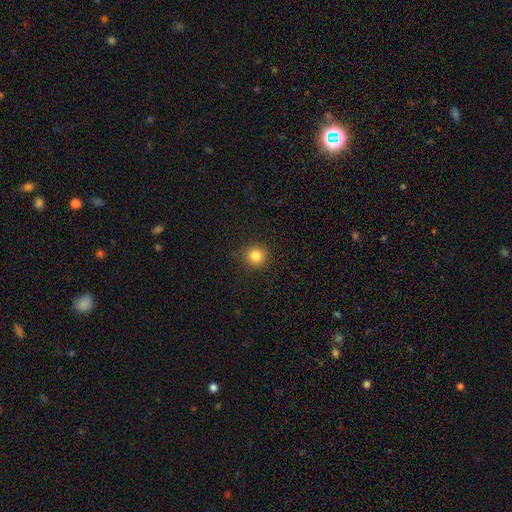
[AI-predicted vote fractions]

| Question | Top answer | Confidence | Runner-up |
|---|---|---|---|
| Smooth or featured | smooth | 83% | star or artifact (12%) |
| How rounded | round | 94% | in between (5%) |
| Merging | none | 90% | minor disturbance (6%) |